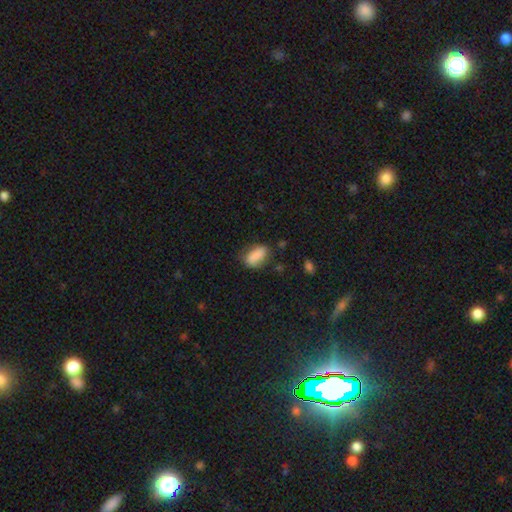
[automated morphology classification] smooth-or-featured: smooth: 87% | star or artifact: 8% | featured or disk: 6%
  how-rounded: in between: 87% | cigar-shaped: 8% | round: 5%
  merging: none: 70% | minor disturbance: 21% | major disturbance: 6% | merger: 3%